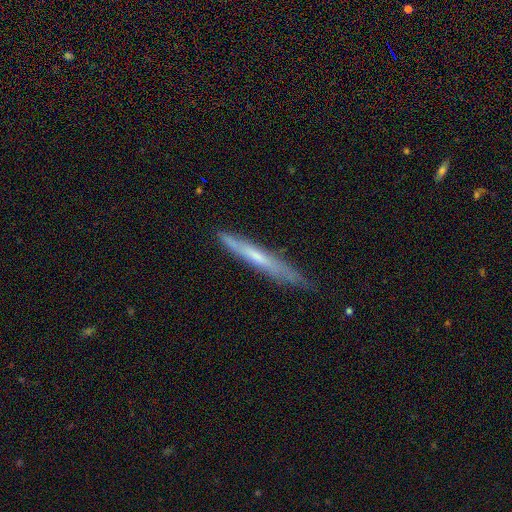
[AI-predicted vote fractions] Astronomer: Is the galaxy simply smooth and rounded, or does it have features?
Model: featured or disk — 49% (runner-up: smooth, 45%).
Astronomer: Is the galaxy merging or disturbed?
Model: none — 76%.